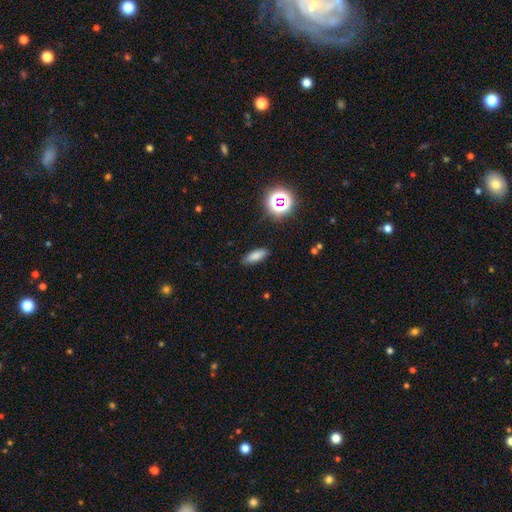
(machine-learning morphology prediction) A smooth galaxy with no disk features (78%) that is in between round and cigar-shaped (63%).

Vote fractions:
- Smooth or featured? smooth: 78% / star or artifact: 14% / featured or disk: 8%
- How rounded? in between: 63% / cigar-shaped: 33% / round: 4%
- Merging? none: 86% / minor disturbance: 10% / major disturbance: 3% / merger: 1%